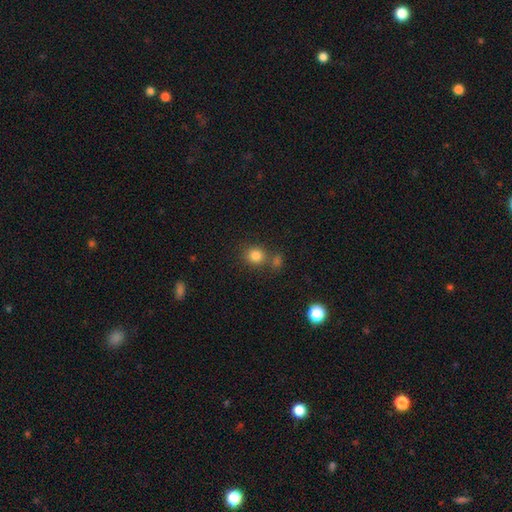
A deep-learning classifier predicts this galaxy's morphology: type=smooth (83%); roundness=round (83%); merging=none (65%).